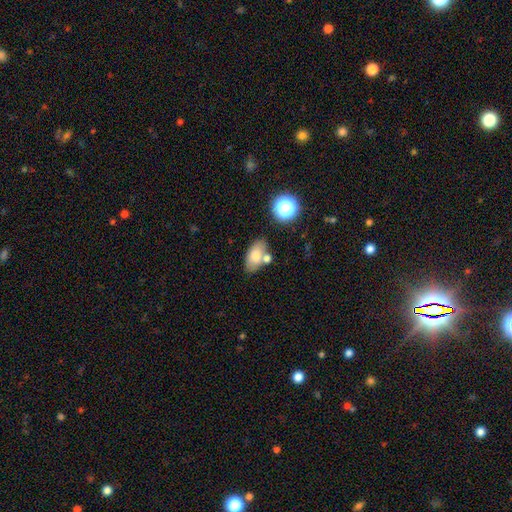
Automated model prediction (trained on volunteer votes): A smooth galaxy with no disk features (74%) that is in between round and cigar-shaped (89%). Merging: none (64%).